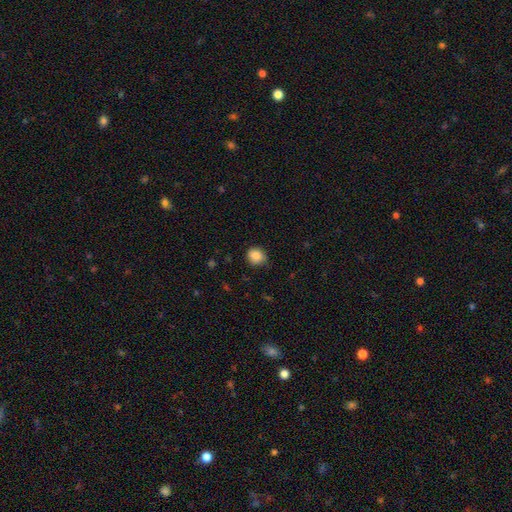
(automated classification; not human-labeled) A smooth galaxy with no disk features (87%) that is round (78%).

Vote fractions:
- Smooth or featured? smooth: 87% / star or artifact: 9% / featured or disk: 4%
- How rounded? round: 78% / in between: 21% / cigar-shaped: 1%
- Merging? none: 77% / minor disturbance: 19% / major disturbance: 3% / merger: 1%